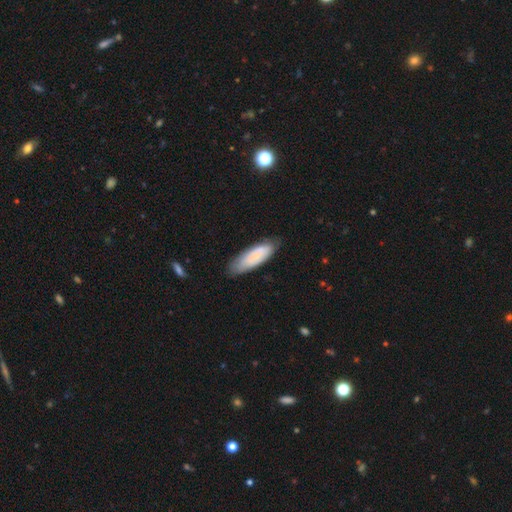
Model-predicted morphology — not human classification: A smooth galaxy with no disk features (66%) that is in between round and cigar-shaped (60%). Merging: none (73%).